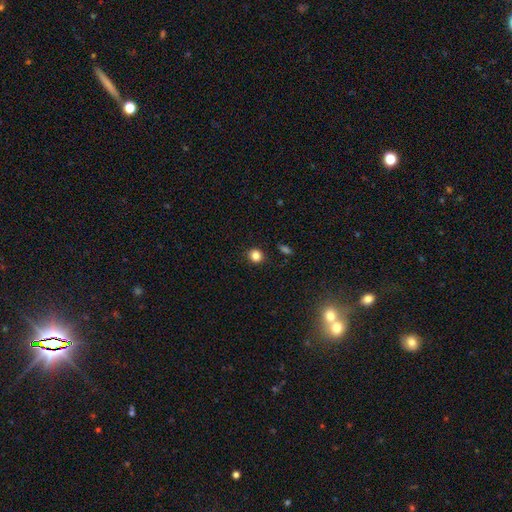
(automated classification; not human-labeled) This is clearly a smooth galaxy (84%). How rounded: clearly round (88%). Merging: clearly none (90%).